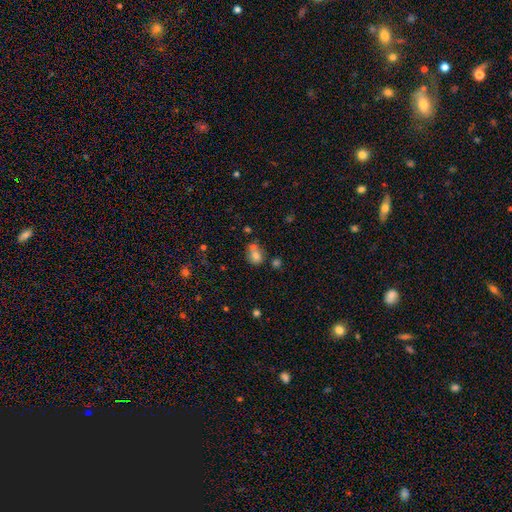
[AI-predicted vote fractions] The model was most divided on "merging": none: 42%, merger: 36%, minor disturbance: 16%, major disturbance: 6%. More confident: smooth or featured — smooth (72%); how rounded — round (58%).